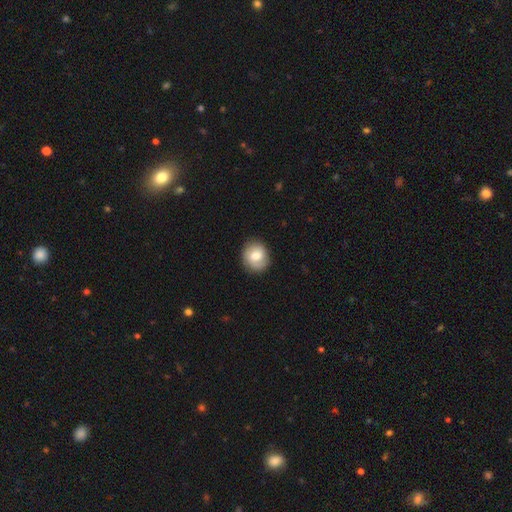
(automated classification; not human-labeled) smooth_or_featured: smooth (p=0.61) [alt: featured or disk p=0.32]
how_rounded: round (p=0.76) [alt: in between p=0.23]
merging: none (p=0.84) [alt: minor disturbance p=0.12]